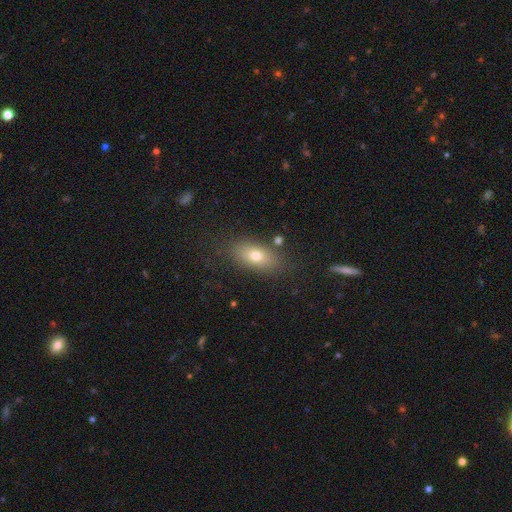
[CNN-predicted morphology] A smooth galaxy with no disk features (73%) that is in between round and cigar-shaped (83%). Merging: none (80%).